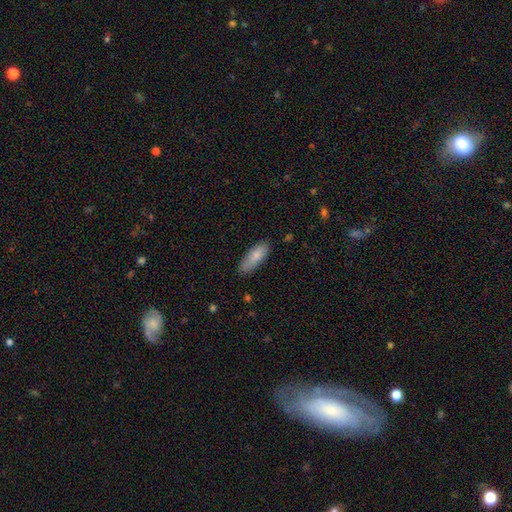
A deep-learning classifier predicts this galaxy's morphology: smooth_or_featured: smooth (p=0.80) [alt: featured or disk p=0.13]
how_rounded: in between (p=0.65) [alt: cigar-shaped p=0.33]
merging: none (p=0.77) [alt: minor disturbance p=0.18]